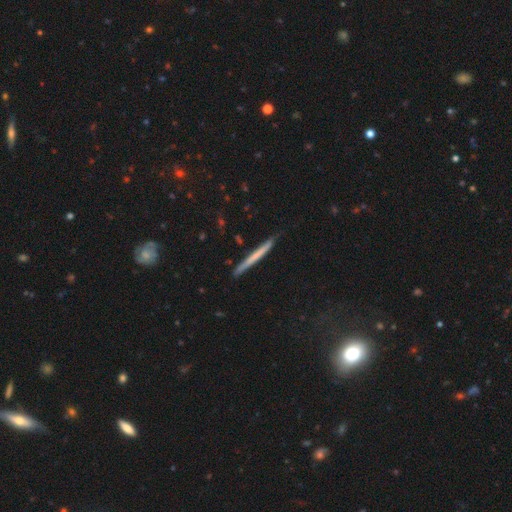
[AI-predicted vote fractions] A smooth galaxy with no disk features (55%) that is cigar-shaped (97%). Merging: none (88%).